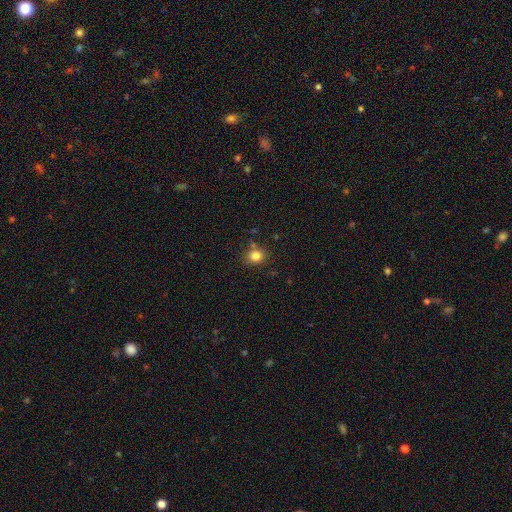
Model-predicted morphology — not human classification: type=smooth (82%); roundness=round (76%); merging=none (77%).